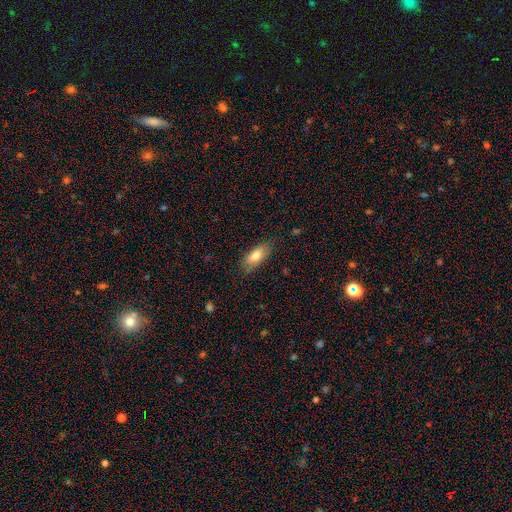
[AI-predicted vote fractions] The model was most divided on "how rounded": in between: 79%, cigar-shaped: 19%, round: 2%. More confident: merging — none (81%); smooth or featured — smooth (78%).